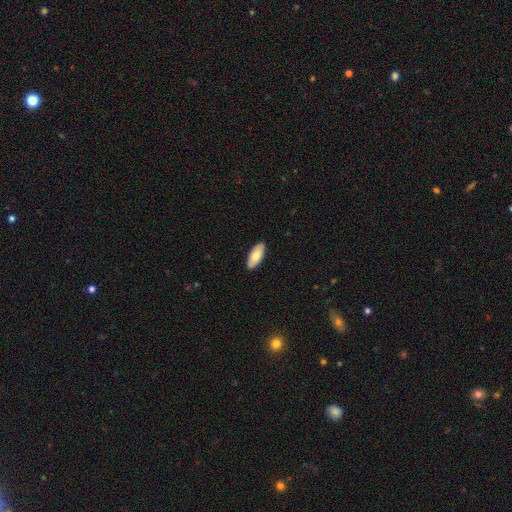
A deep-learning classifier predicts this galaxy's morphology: smooth 76%, featured or disk 18%, star or artifact 5%. Down the decision tree: how rounded — in between (85%); merging — none (89%).